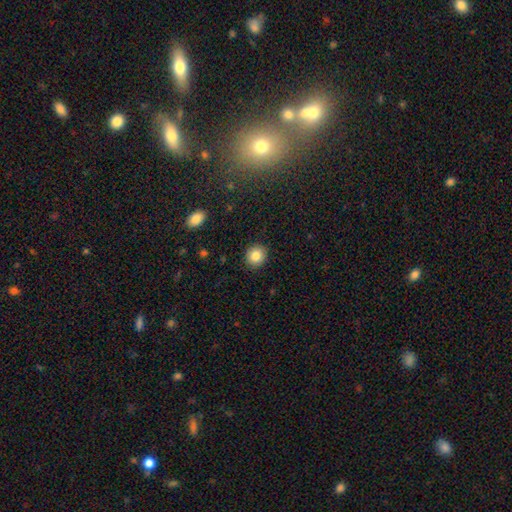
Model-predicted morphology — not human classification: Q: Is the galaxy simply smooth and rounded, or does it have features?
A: smooth — 84%.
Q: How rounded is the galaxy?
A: round — 85%.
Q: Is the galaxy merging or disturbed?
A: none — 91%.